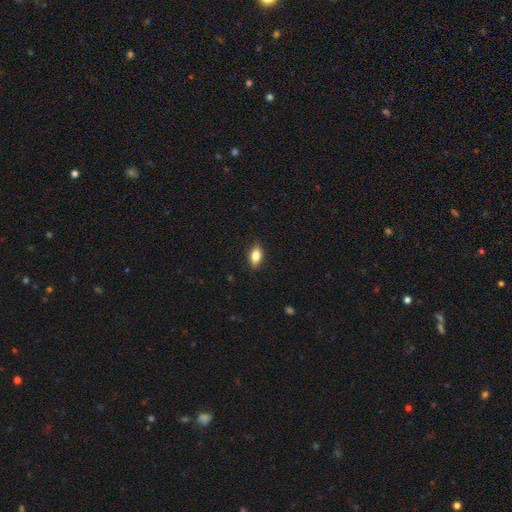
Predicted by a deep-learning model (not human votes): Smooth or featured?
  - smooth: 79% *
  - featured or disk: 13%
  - star or artifact: 8%
How rounded?
  - in between: 86% *
  - round: 7%
  - cigar-shaped: 7%
Merging?
  - none: 87% *
  - minor disturbance: 10%
  - major disturbance: 2%
  - merger: 1%